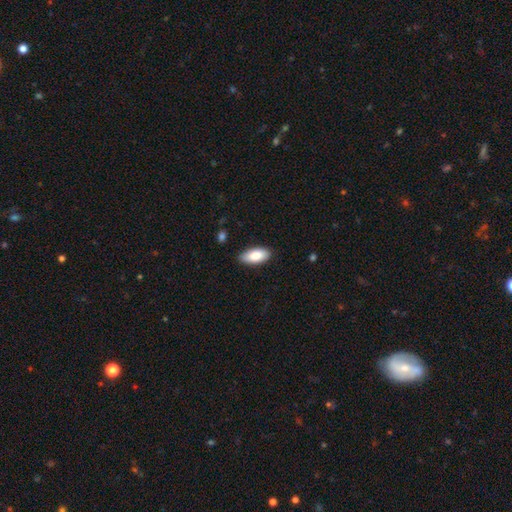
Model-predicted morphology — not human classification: Overall: smooth (84%). How rounded: in between (90%). Merging: none (85%).